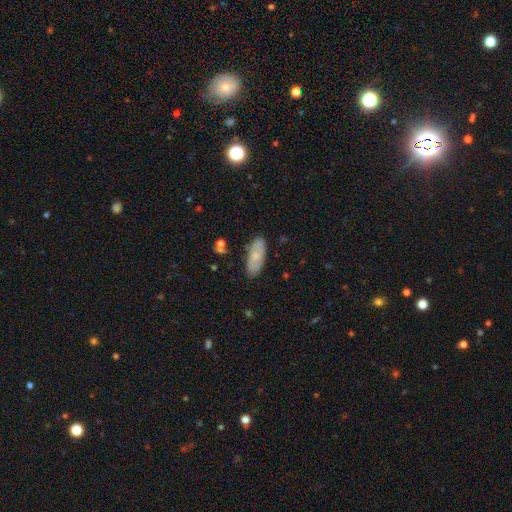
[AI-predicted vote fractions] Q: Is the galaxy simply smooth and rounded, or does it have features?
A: smooth — 64%.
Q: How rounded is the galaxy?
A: in between — 83%.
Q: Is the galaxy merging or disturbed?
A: none — 83%.